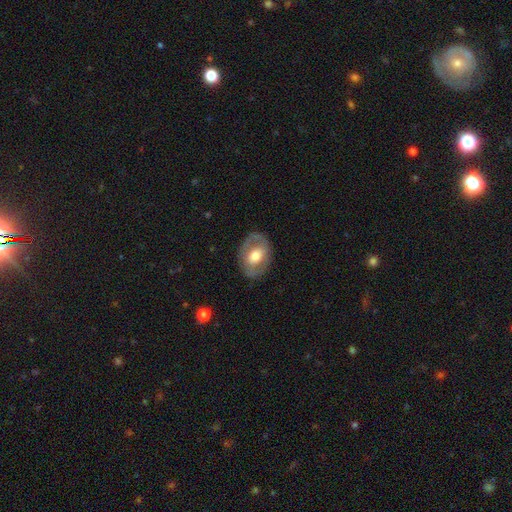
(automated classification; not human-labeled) featured or disk 48%, smooth 46%, star or artifact 6%. Down the decision tree: merging — none (78%).